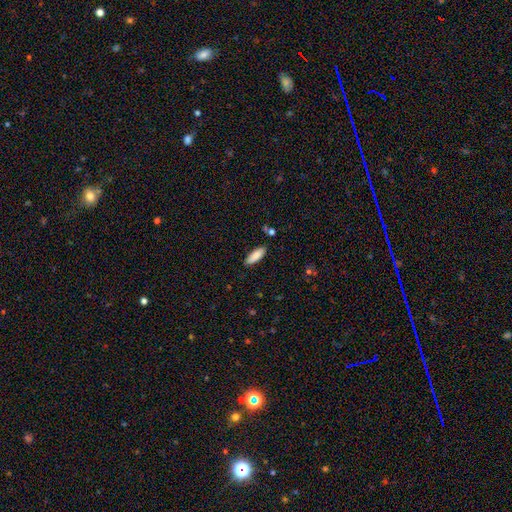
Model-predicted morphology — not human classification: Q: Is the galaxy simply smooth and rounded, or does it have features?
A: smooth — 87%.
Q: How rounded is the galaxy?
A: in between — 61%.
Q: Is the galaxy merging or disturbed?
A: none — 84%.